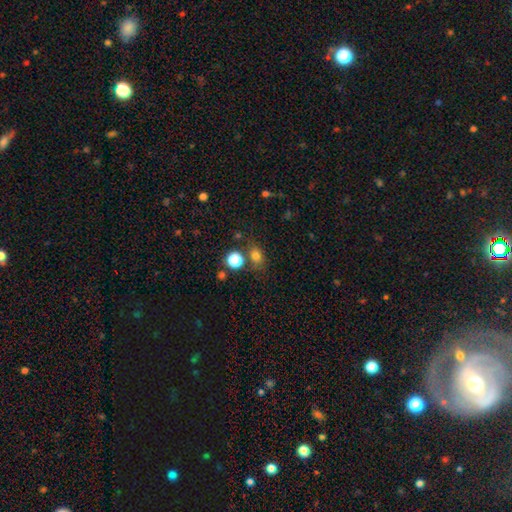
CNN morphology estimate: This is likely a smooth galaxy (75%). How rounded: possibly in between (54%). Merging: likely none (71%).